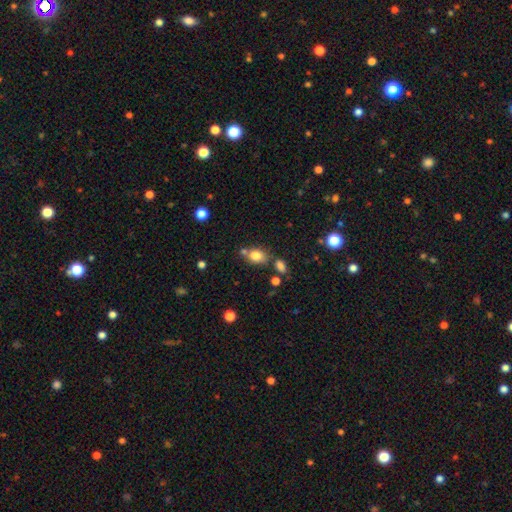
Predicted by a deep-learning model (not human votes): Q: Smooth or featured?
A: smooth (80%); runner-up: star or artifact (11%)
Q: How rounded?
A: in between (65%); runner-up: round (34%)
Q: Merging?
A: none (61%); runner-up: merger (19%)